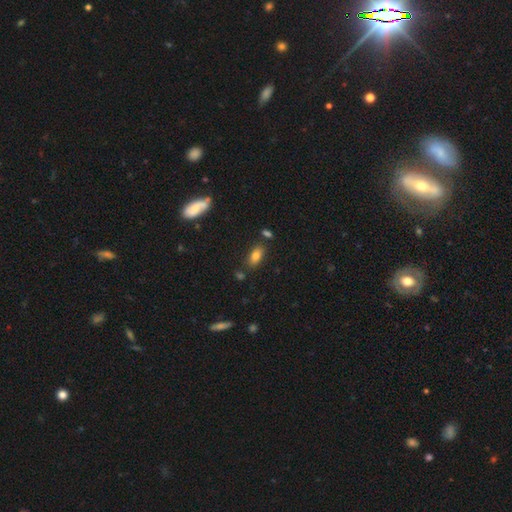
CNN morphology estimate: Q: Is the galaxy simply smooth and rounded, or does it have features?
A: smooth — 79%.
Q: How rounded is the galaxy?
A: in between — 88%.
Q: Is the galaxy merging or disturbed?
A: none — 77%.